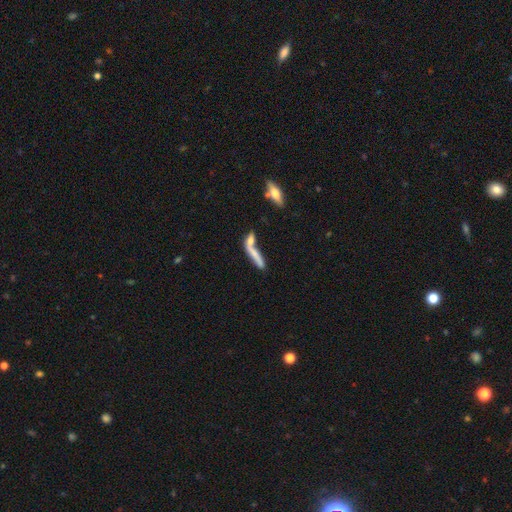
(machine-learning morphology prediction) Smooth or featured?
  - smooth: 58% *
  - featured or disk: 33%
  - star or artifact: 9%
How rounded?
  - cigar-shaped: 83% *
  - in between: 14%
  - round: 3%
Merging?
  - merger: 46% *
  - none: 31%
  - minor disturbance: 13%
  - major disturbance: 10%